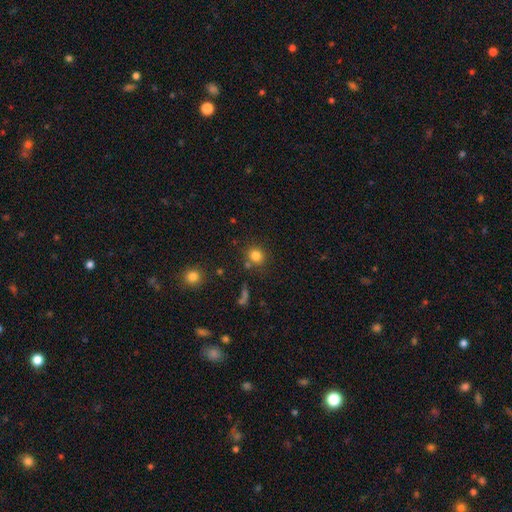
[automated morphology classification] A smooth galaxy with no disk features (81%) that is round (86%).

Vote fractions:
- Smooth or featured? smooth: 81% / star or artifact: 13% / featured or disk: 6%
- How rounded? round: 86% / in between: 13% / cigar-shaped: 1%
- Merging? none: 77% / minor disturbance: 10% / merger: 10% / major disturbance: 4%